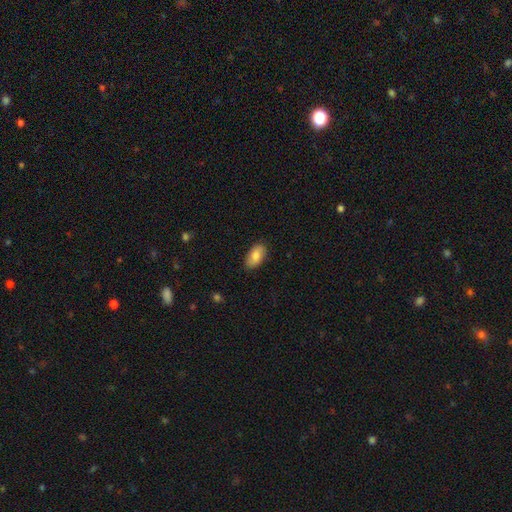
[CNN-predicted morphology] Overall: smooth (84%). How rounded: in between (94%). Merging: none (84%).